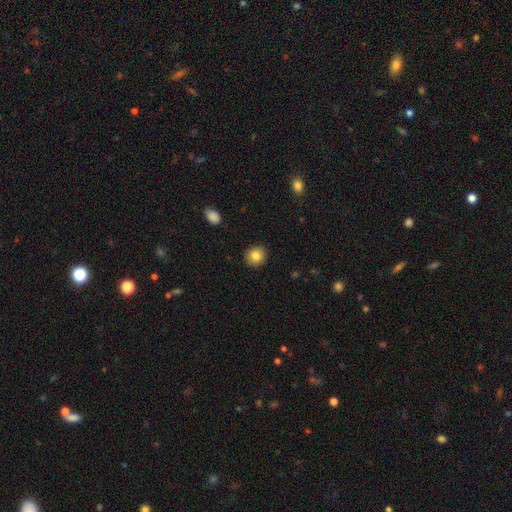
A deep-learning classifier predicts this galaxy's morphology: Smooth or featured: smooth — 83% (star or artifact — 9%)
How rounded: round — 82% (in between — 17%)
Merging: none — 91% (minor disturbance — 6%)